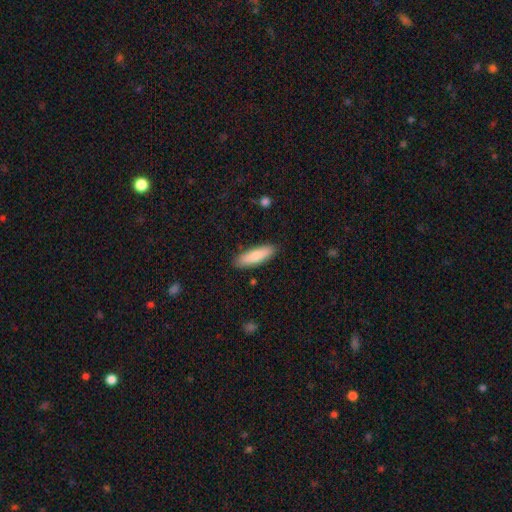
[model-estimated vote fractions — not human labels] smooth 80%, featured or disk 14%, star or artifact 6%. Down the decision tree: how rounded — cigar-shaped (54%); merging — none (87%).